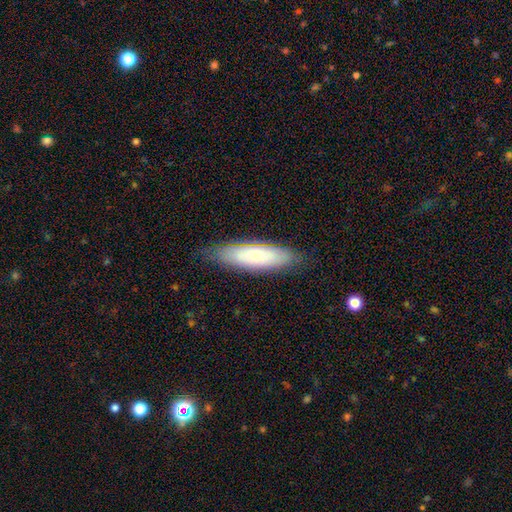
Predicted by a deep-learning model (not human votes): Smooth or featured? Predicted: smooth (p=0.58). How rounded? Predicted: cigar-shaped (p=0.49, tied with in between). Merging? Predicted: none (p=0.79).